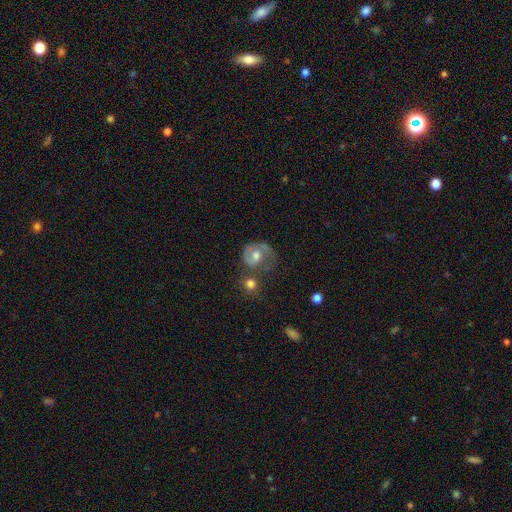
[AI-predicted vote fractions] Smooth or featured?
  - featured or disk: 64% *
  - smooth: 27%
  - star or artifact: 8%
Edge-on disk?
  - no: 97% *
  - yes: 3%
Bar?
  - no: 59% *
  - weak: 33%
  - strong: 8%
Spiral arms?
  - yes: 80% *
  - no: 20%
Spiral winding?
  - medium: 44% *
  - tight: 38%
  - loose: 18%
Spiral arm count?
  - 2: 59% *
  - 1: 25%
  - can't tell: 13%
  - 3: 2%
  - 4: 1%
  - more than 4: 1%
Bulge size?
  - moderate: 71% *
  - small: 14%
  - large: 11%
  - none: 2%
  - dominant: 1%
Merging?
  - none: 47% *
  - minor disturbance: 21%
  - major disturbance: 18%
  - merger: 14%